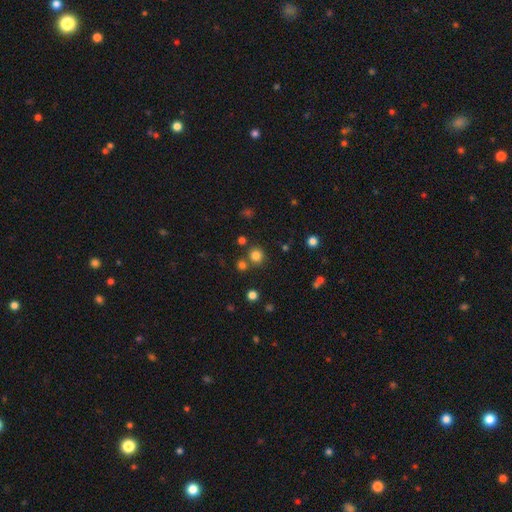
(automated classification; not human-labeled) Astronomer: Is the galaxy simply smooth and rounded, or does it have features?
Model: smooth — 78%.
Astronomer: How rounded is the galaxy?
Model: round — 91%.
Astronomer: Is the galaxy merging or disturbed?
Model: none — 78%.